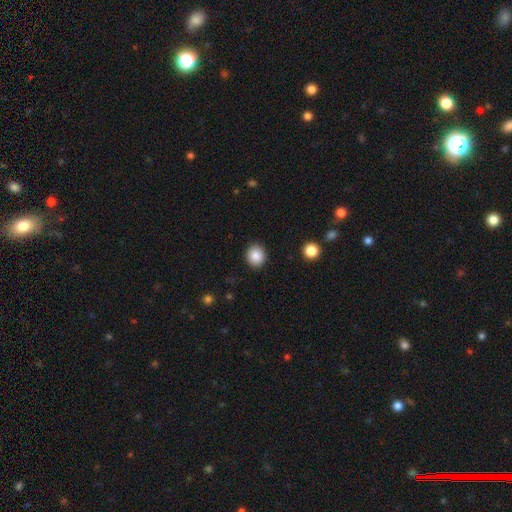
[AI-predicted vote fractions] A smooth galaxy with no disk features (87%) that is round (73%). Merging: none (89%).